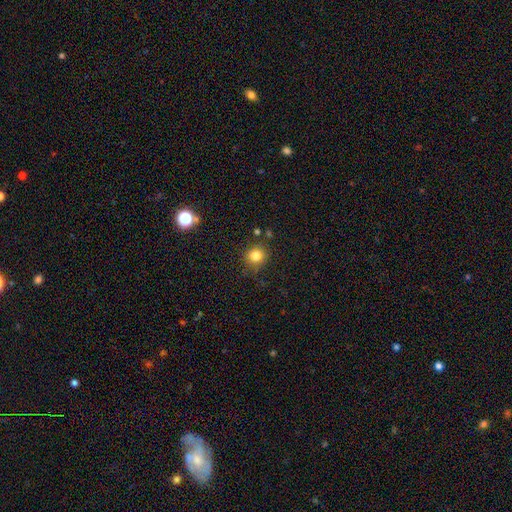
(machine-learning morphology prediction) Smooth or featured?
  - smooth: 81% *
  - star or artifact: 13%
  - featured or disk: 6%
How rounded?
  - round: 87% *
  - in between: 12%
  - cigar-shaped: 1%
Merging?
  - none: 83% *
  - minor disturbance: 10%
  - merger: 3%
  - major disturbance: 3%